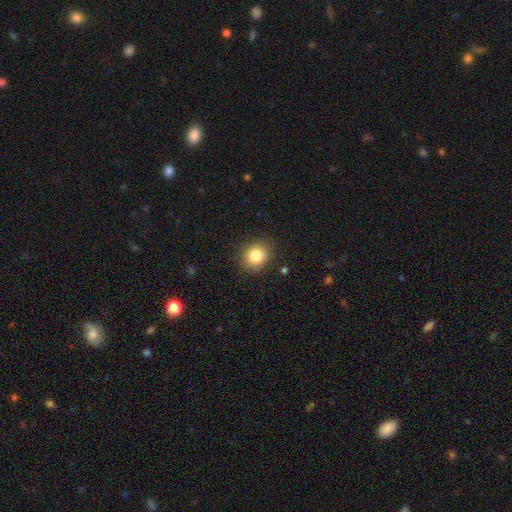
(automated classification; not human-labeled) smooth-or-featured: smooth: 83% | star or artifact: 10% | featured or disk: 7%
  how-rounded: round: 71% | in between: 28% | cigar-shaped: 1%
  merging: none: 82% | minor disturbance: 13% | major disturbance: 3% | merger: 2%